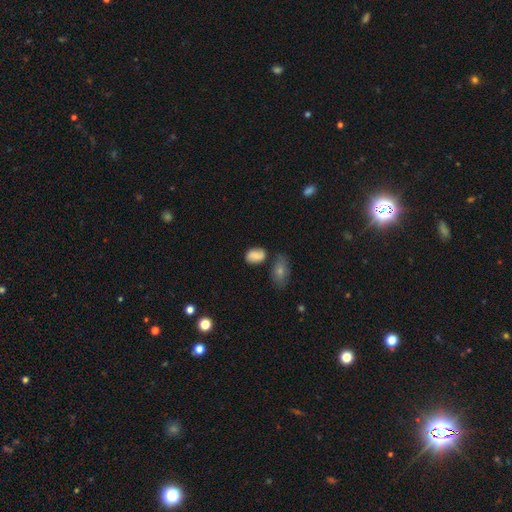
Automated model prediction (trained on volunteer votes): Overall: smooth (75%). How rounded: in between (83%). Merging: none (58%; minor disturbance 23%).